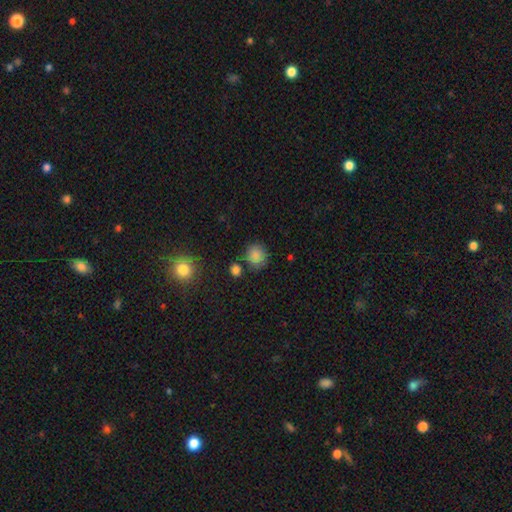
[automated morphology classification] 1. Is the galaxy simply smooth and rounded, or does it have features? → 84% smooth, 11% star or artifact, 5% featured or disk.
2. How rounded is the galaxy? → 83% round, 16% in between, 1% cigar-shaped.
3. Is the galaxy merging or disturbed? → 74% none, 14% minor disturbance, 8% merger, 4% major disturbance.